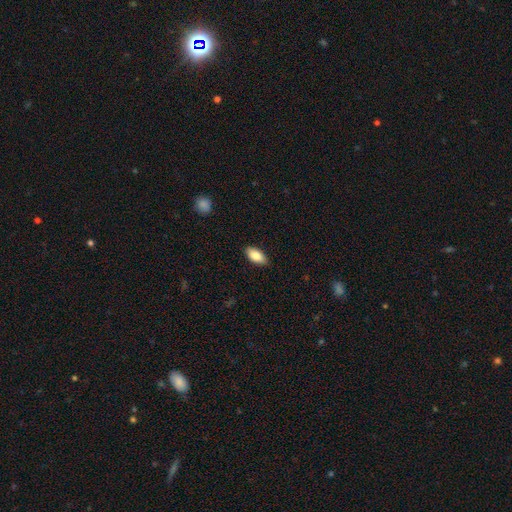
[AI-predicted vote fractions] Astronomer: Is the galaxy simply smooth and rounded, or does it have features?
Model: smooth — 85%.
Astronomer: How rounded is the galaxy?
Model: in between — 92%.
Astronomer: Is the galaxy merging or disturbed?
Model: none — 87%.